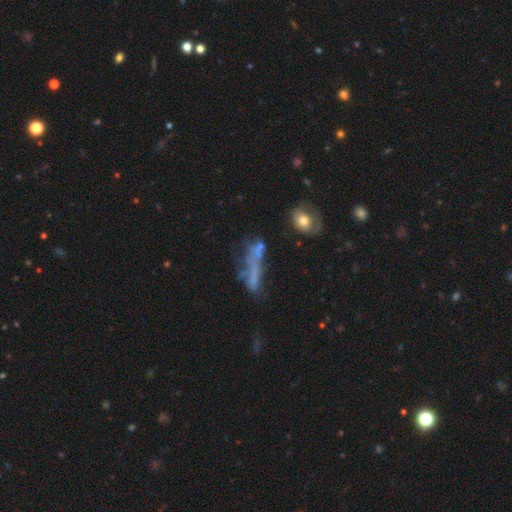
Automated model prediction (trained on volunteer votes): This appears to be a featured or disk galaxy (41%). Merging: none (31%).